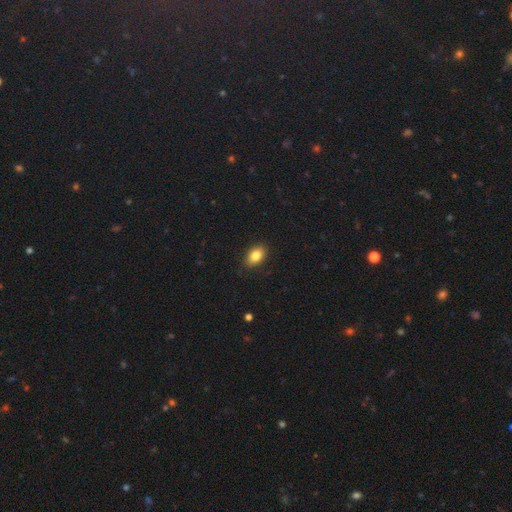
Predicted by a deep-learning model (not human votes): smooth 84%, star or artifact 8%, featured or disk 8%. Down the decision tree: how rounded — in between (88%); merging — none (87%).